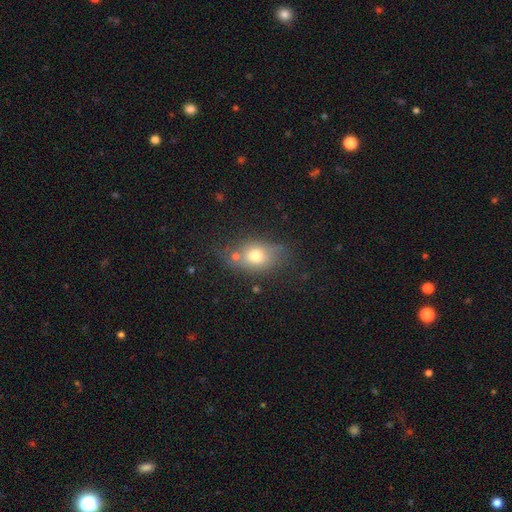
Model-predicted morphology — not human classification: Smooth or featured? smooth (69%)
How rounded? in between (62%)
Merging? none (58%)